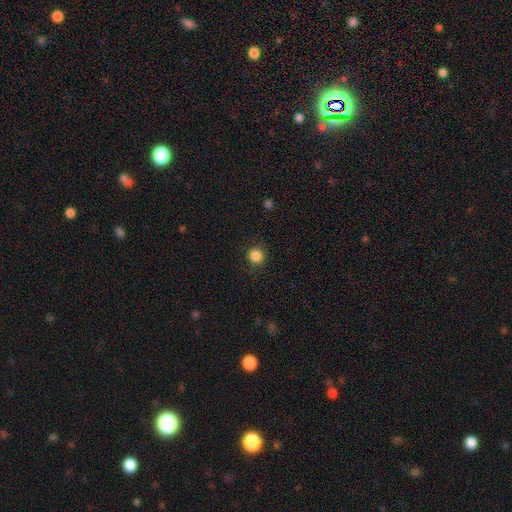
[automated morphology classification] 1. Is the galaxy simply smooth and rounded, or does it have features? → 85% smooth, 11% star or artifact, 3% featured or disk.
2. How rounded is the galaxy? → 95% round, 5% in between, 1% cigar-shaped.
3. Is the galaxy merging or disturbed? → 91% none, 6% minor disturbance, 2% major disturbance, 1% merger.